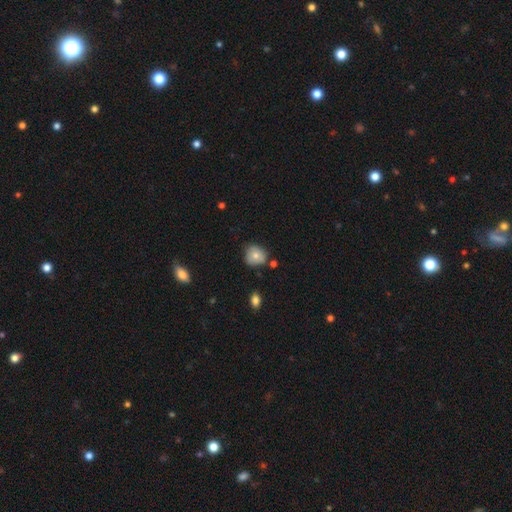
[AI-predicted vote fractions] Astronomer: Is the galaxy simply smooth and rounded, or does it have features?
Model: smooth — 74%.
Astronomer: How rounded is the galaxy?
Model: round — 82%.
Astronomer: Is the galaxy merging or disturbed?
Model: none — 70%.